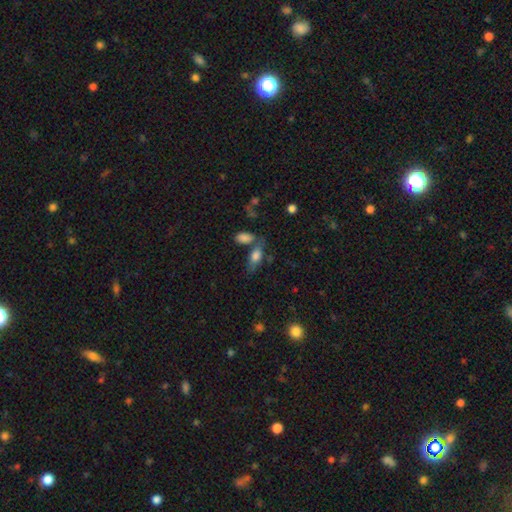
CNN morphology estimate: A smooth galaxy with no disk features (74%) that is in between round and cigar-shaped (80%).

Vote fractions:
- Smooth or featured? smooth: 74% / featured or disk: 17% / star or artifact: 9%
- How rounded? in between: 80% / cigar-shaped: 16% / round: 5%
- Merging? none: 55% / merger: 19% / minor disturbance: 19% / major disturbance: 7%